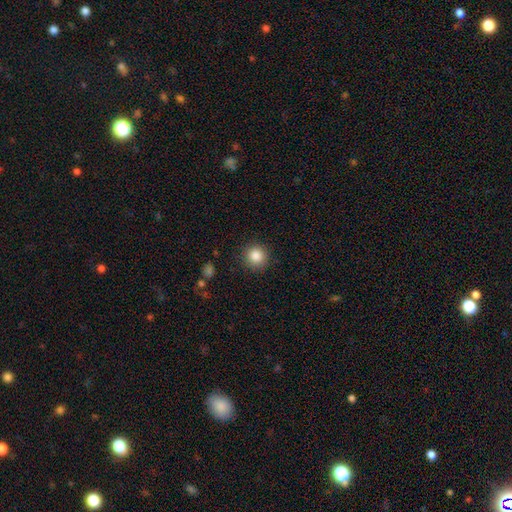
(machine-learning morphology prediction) The model was most divided on "smooth or featured": smooth: 86%, star or artifact: 10%, featured or disk: 4%. More confident: how rounded — round (94%); merging — none (89%).